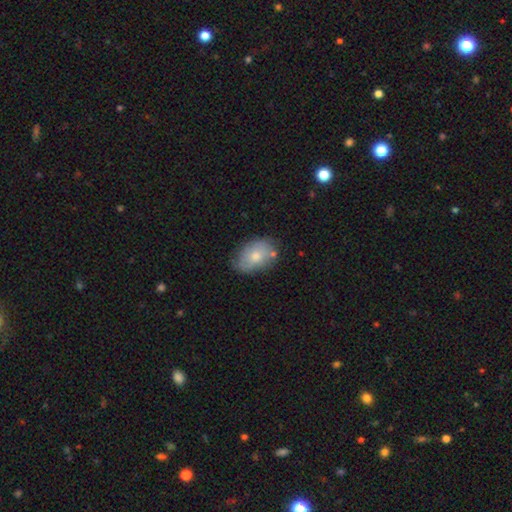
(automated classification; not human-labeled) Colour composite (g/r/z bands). It shows a smooth galaxy with no disk features (69%) that is in between round and cigar-shaped (84%). Merging: none (66%).